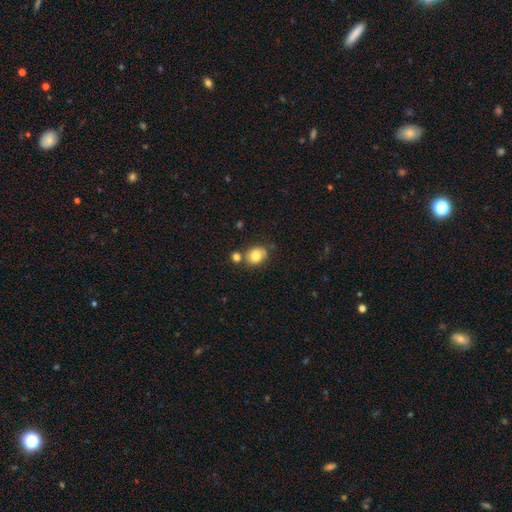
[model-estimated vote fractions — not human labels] A smooth galaxy with no disk features (79%) that is round (53%).

Vote fractions:
- Smooth or featured? smooth: 79% / featured or disk: 12% / star or artifact: 9%
- How rounded? round: 53% / in between: 46% / cigar-shaped: 1%
- Merging? none: 62% / merger: 19% / minor disturbance: 15% / major disturbance: 4%